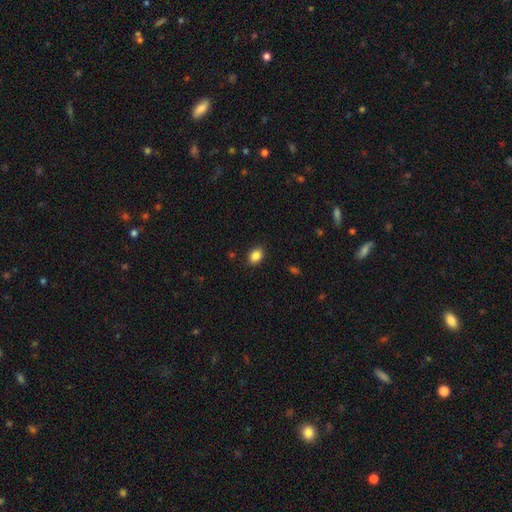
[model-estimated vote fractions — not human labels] Q: Smooth or featured?
A: smooth (87%); runner-up: star or artifact (9%)
Q: How rounded?
A: in between (66%); runner-up: round (33%)
Q: Merging?
A: none (88%); runner-up: minor disturbance (9%)